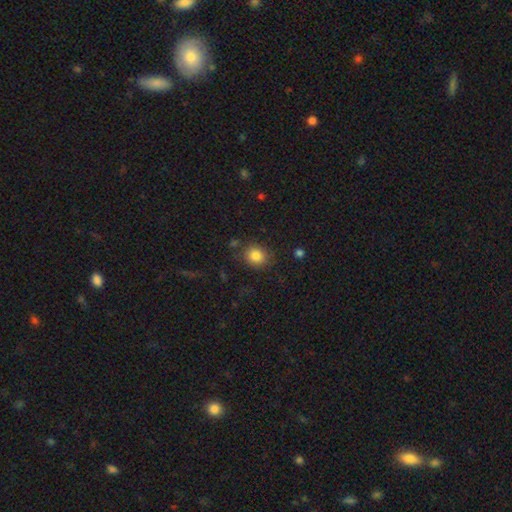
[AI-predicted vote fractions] Smooth or featured? smooth (83%)
How rounded? round (70%)
Merging? none (80%)